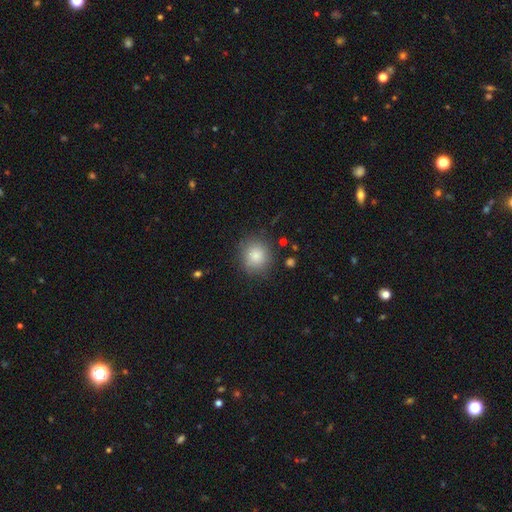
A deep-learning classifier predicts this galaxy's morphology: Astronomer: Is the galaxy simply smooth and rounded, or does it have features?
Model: smooth — 84%.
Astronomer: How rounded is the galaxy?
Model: round — 85%.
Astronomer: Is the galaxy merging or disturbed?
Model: none — 83%.